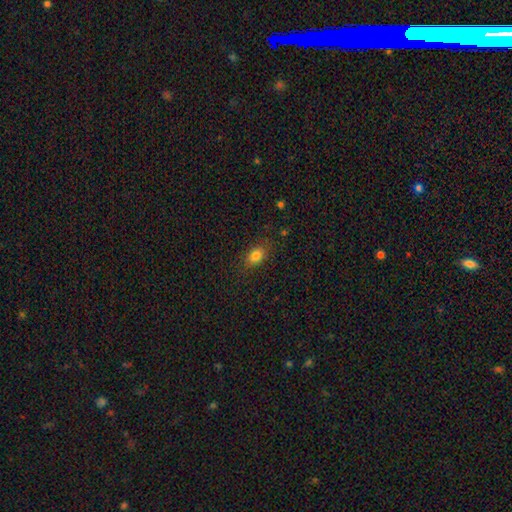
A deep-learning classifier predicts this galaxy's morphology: Smooth or featured? Predicted: smooth (p=0.81). How rounded? Predicted: in between (p=0.78). Merging? Predicted: none (p=0.84).